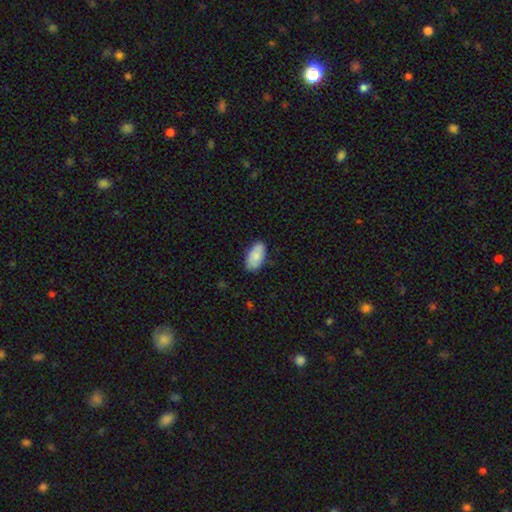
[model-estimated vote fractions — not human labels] Smooth or featured?
  - smooth: 81% *
  - featured or disk: 13%
  - star or artifact: 6%
How rounded?
  - in between: 94% *
  - cigar-shaped: 3%
  - round: 3%
Merging?
  - none: 79% *
  - minor disturbance: 17%
  - major disturbance: 3%
  - merger: 1%